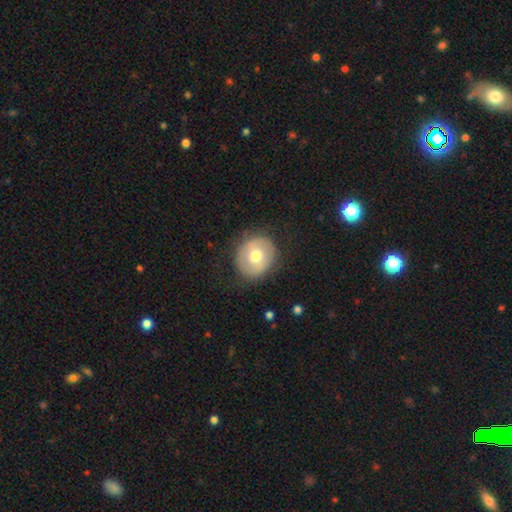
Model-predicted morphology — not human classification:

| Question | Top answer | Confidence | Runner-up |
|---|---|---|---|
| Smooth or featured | smooth | 61% | featured or disk (31%) |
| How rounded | round | 82% | in between (17%) |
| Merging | none | 82% | minor disturbance (12%) |